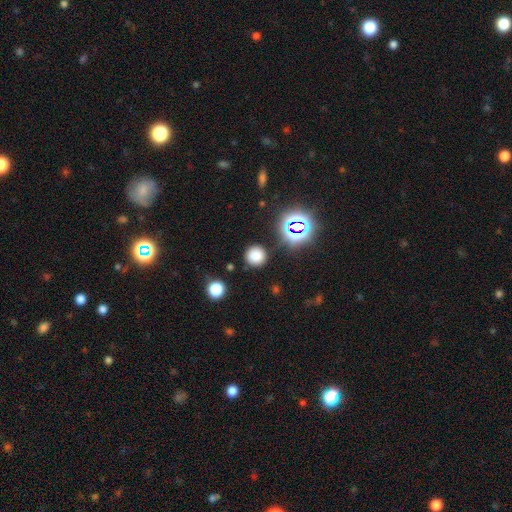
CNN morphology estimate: Smooth or featured? smooth (75%)
How rounded? round (93%)
Merging? none (85%)